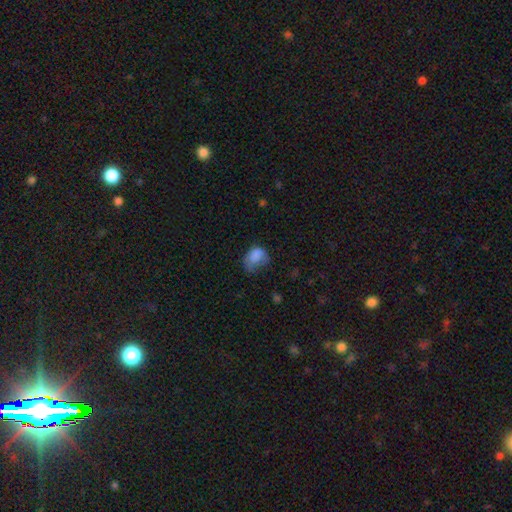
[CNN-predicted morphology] This appears to be a smooth galaxy with no disk features (79%) that is in between round and cigar-shaped (73%). Merging: minor disturbance (37%).